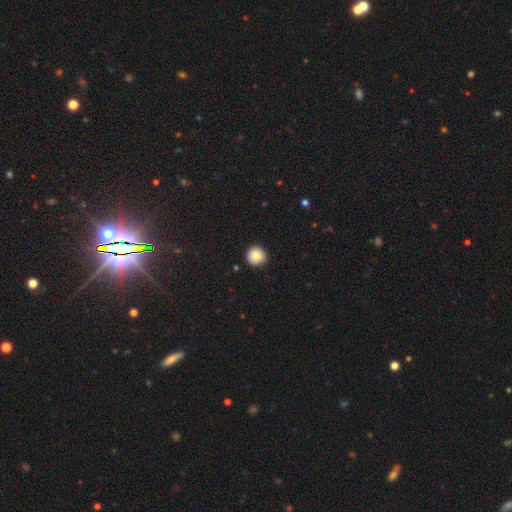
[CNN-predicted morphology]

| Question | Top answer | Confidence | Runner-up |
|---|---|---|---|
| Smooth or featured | smooth | 85% | star or artifact (9%) |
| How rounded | round | 94% | in between (5%) |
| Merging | none | 88% | minor disturbance (9%) |